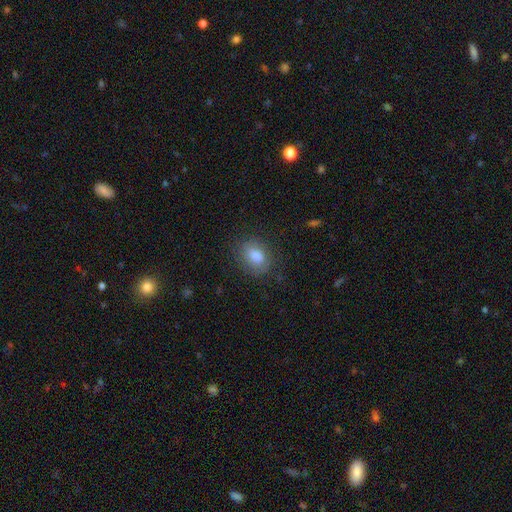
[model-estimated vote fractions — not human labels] Q: Smooth or featured?
A: smooth (82%); runner-up: featured or disk (9%)
Q: How rounded?
A: in between (73%); runner-up: round (25%)
Q: Merging?
A: none (78%); runner-up: minor disturbance (15%)